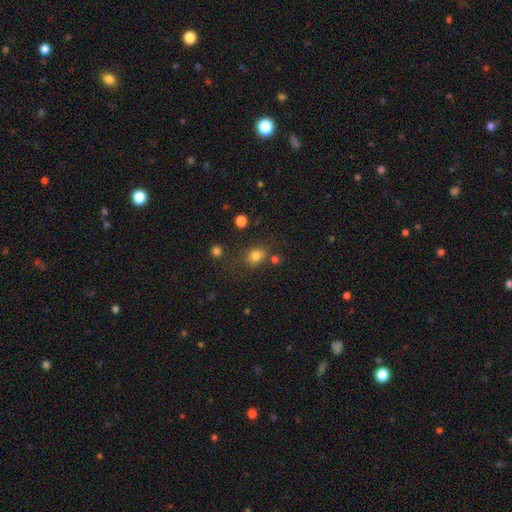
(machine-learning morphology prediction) Q: Smooth or featured?
A: smooth (78%); runner-up: star or artifact (14%)
Q: How rounded?
A: round (50%); runner-up: in between (49%)
Q: Merging?
A: none (64%); runner-up: minor disturbance (18%)